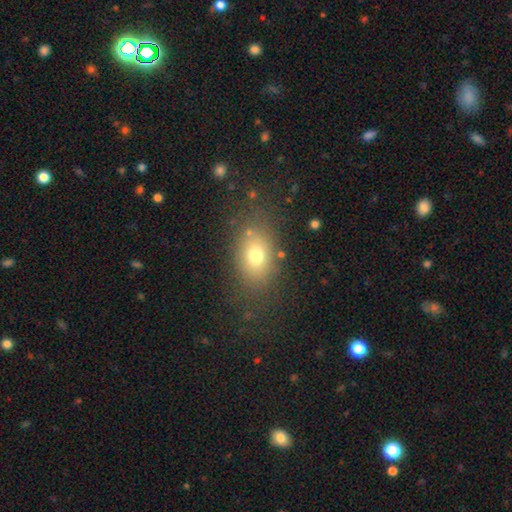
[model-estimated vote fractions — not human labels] Smooth or featured: smooth — 73% (featured or disk — 14%)
How rounded: in between — 75% (round — 23%)
Merging: none — 78% (minor disturbance — 13%)